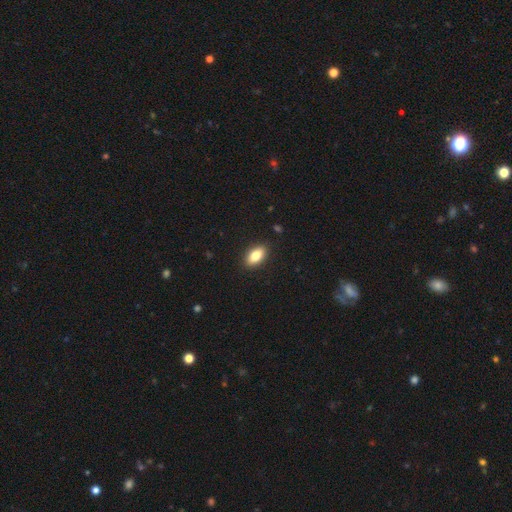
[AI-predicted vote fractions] Smooth or featured? smooth (82%)
How rounded? in between (90%)
Merging? none (89%)